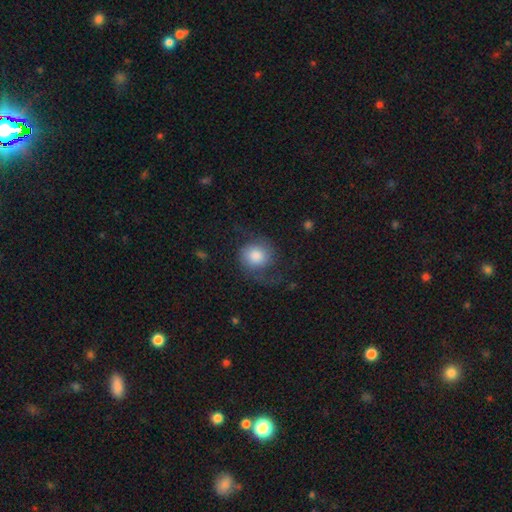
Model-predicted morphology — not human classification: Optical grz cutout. It shows a smooth galaxy with no disk features (49%). Merging: none (56%).